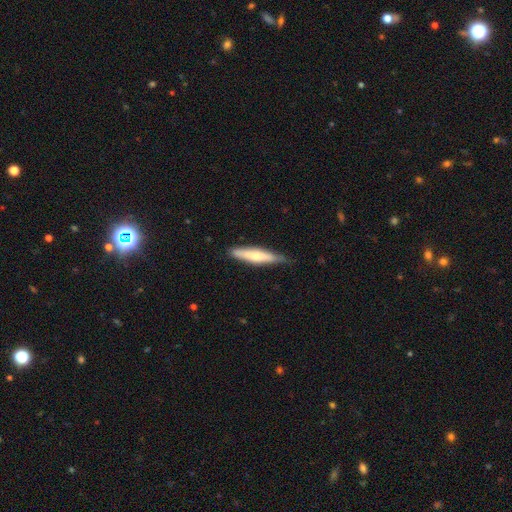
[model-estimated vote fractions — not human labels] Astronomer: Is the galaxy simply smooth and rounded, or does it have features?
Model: smooth — 58% (runner-up: featured or disk, 37%).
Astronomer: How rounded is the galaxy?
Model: cigar-shaped — 88%.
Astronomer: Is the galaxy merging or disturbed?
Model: none — 77%.